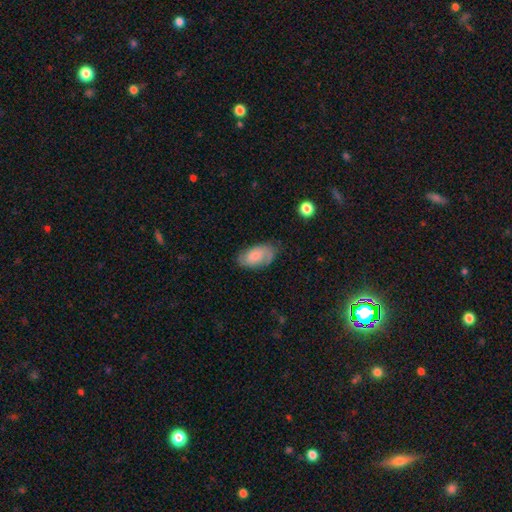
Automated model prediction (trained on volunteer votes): Smooth or featured?
  - smooth: 67% *
  - featured or disk: 26%
  - star or artifact: 7%
How rounded?
  - in between: 94% *
  - round: 3%
  - cigar-shaped: 2%
Merging?
  - none: 69% *
  - minor disturbance: 23%
  - major disturbance: 7%
  - merger: 2%